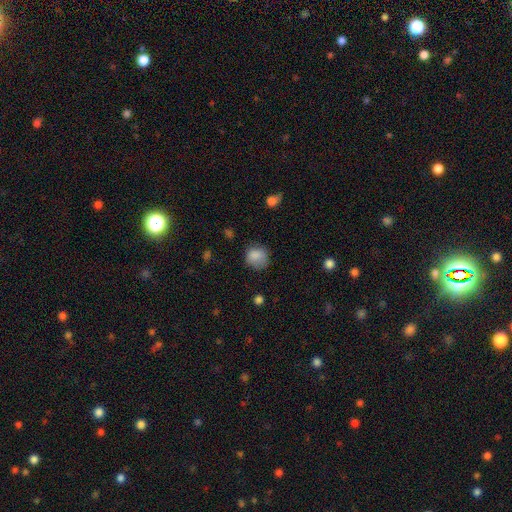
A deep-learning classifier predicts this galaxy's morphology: A smooth galaxy with no disk features (84%) that is round (77%). Merging: none (64%).